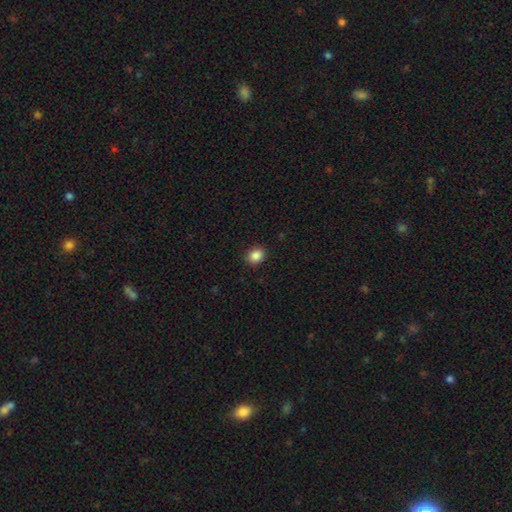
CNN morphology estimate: Smooth or featured?
  - smooth: 87% *
  - star or artifact: 10%
  - featured or disk: 3%
How rounded?
  - round: 63% *
  - in between: 36%
  - cigar-shaped: 1%
Merging?
  - none: 90% *
  - minor disturbance: 7%
  - major disturbance: 2%
  - merger: 1%